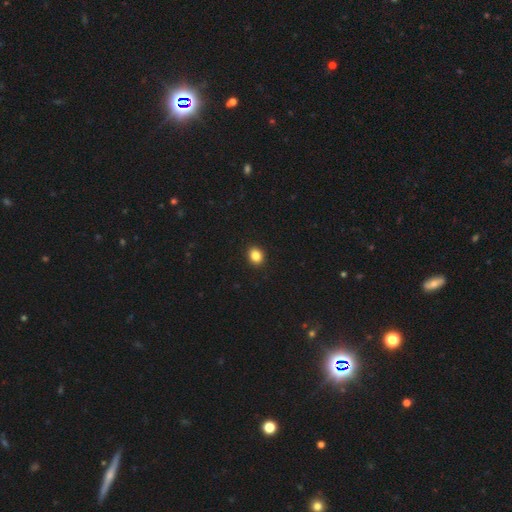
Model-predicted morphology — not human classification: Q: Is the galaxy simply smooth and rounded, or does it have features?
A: smooth — 86%.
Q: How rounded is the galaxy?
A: round — 57%.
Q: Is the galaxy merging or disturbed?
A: none — 93%.